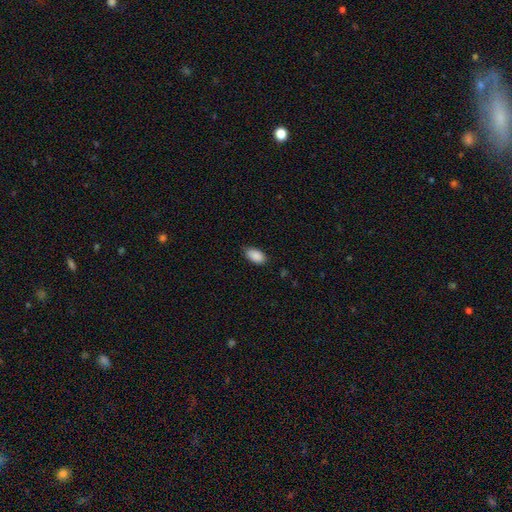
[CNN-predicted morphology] Smooth or featured? Predicted: smooth (p=0.90). How rounded? Predicted: in between (p=0.94). Merging? Predicted: none (p=0.81).